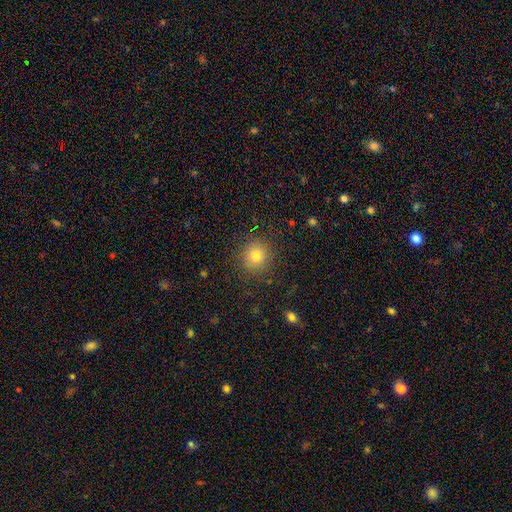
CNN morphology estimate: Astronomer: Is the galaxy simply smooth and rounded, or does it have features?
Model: smooth — 80%.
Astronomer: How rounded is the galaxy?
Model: round — 89%.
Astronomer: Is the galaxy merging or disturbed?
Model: none — 88%.